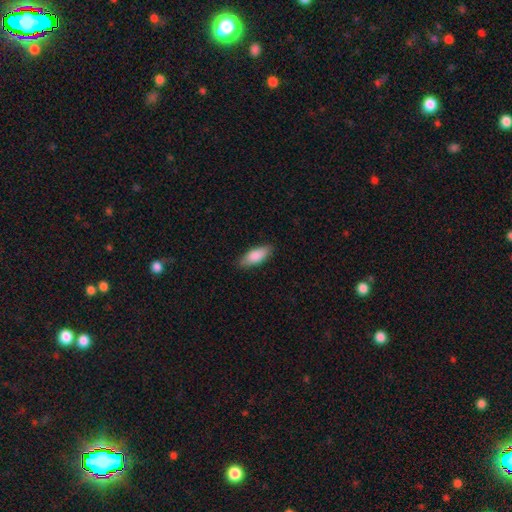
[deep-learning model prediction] Smooth or featured?
  - smooth: 86% *
  - featured or disk: 9%
  - star or artifact: 6%
How rounded?
  - in between: 76% *
  - cigar-shaped: 22%
  - round: 2%
Merging?
  - none: 86% *
  - minor disturbance: 11%
  - major disturbance: 2%
  - merger: 1%